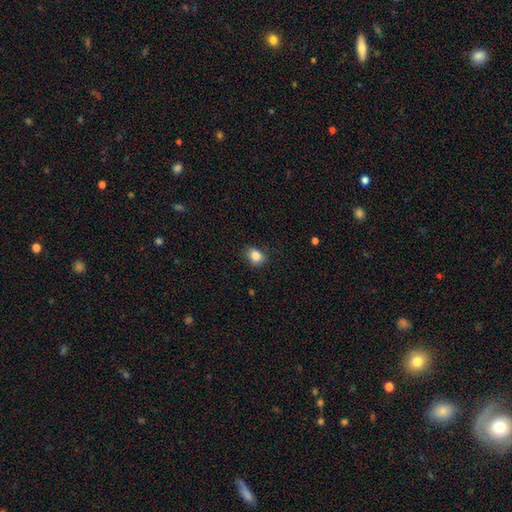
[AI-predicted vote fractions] This is clearly a smooth galaxy (84%). How rounded: possibly in between (54%). Merging: clearly none (81%).